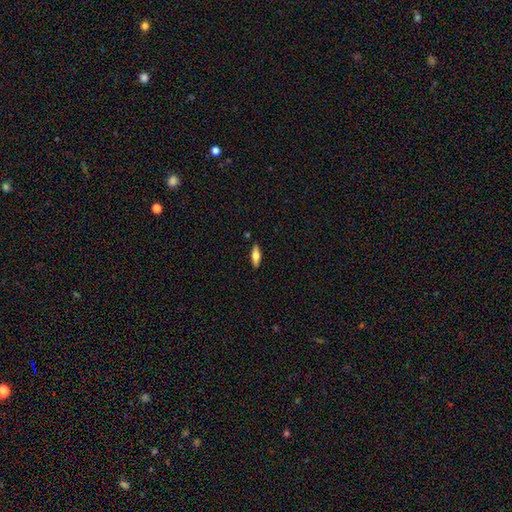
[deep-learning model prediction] A smooth galaxy with no disk features (59%) that is in between round and cigar-shaped (59%). Merging: none (88%).